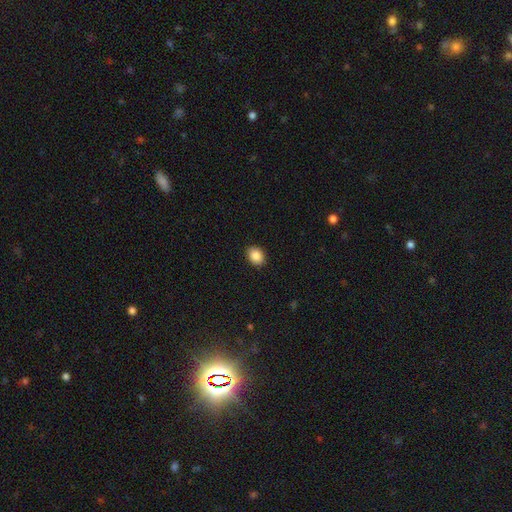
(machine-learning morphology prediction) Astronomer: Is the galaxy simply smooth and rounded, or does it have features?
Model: smooth — 88%.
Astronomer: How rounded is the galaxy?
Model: in between — 63%.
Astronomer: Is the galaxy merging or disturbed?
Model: none — 91%.